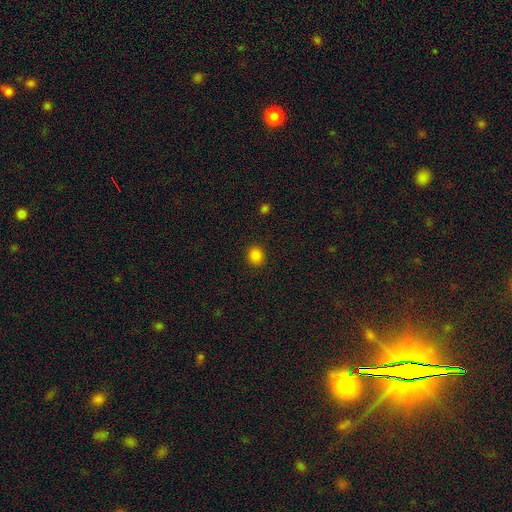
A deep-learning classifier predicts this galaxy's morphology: smooth-or-featured: smooth: 84% | star or artifact: 12% | featured or disk: 3%
  how-rounded: round: 83% | in between: 16% | cigar-shaped: 1%
  merging: none: 91% | minor disturbance: 6% | major disturbance: 2% | merger: 1%